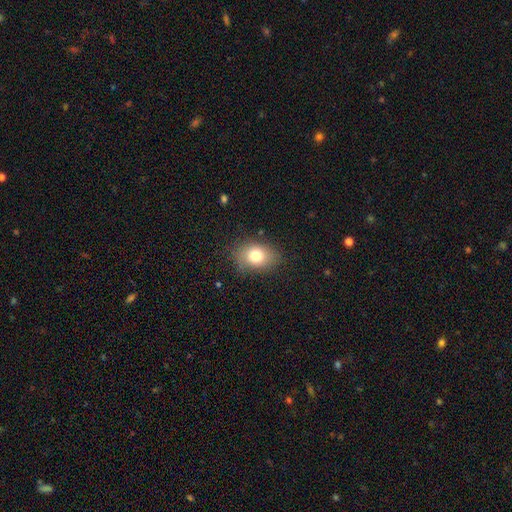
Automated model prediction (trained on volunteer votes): A smooth galaxy with no disk features (78%) that is in between round and cigar-shaped (70%).

Vote fractions:
- Smooth or featured? smooth: 78% / featured or disk: 12% / star or artifact: 10%
- How rounded? in between: 70% / round: 29% / cigar-shaped: 1%
- Merging? none: 78% / minor disturbance: 16% / major disturbance: 4% / merger: 1%